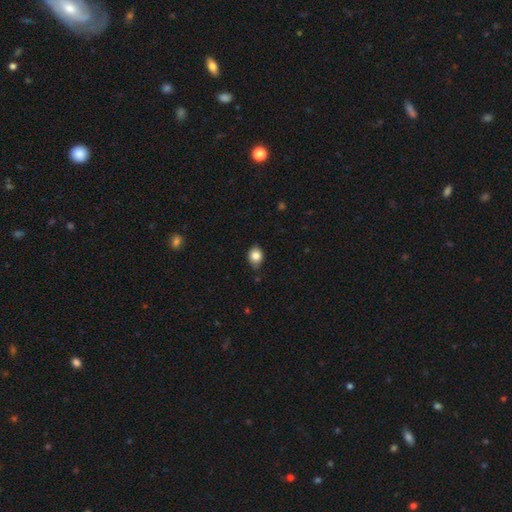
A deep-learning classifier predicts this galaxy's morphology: The model was most divided on "how rounded": in between: 53%, round: 46%, cigar-shaped: 1%. More confident: smooth or featured — smooth (82%); merging — none (75%).